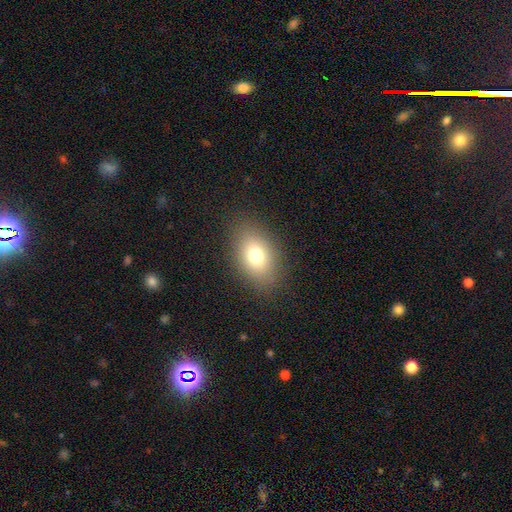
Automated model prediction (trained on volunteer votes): This appears to be a smooth galaxy with no disk features (74%) that is in between round and cigar-shaped (81%). Merging: none (85%).